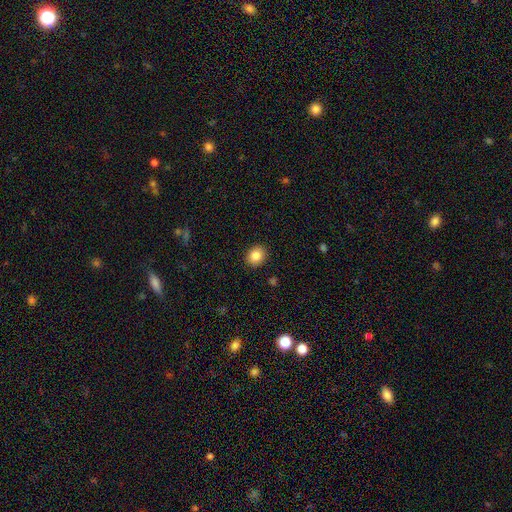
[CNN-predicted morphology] smooth-or-featured: smooth: 85% | star or artifact: 9% | featured or disk: 6%
  how-rounded: round: 65% | in between: 34% | cigar-shaped: 1%
  merging: none: 90% | minor disturbance: 7% | major disturbance: 2% | merger: 1%